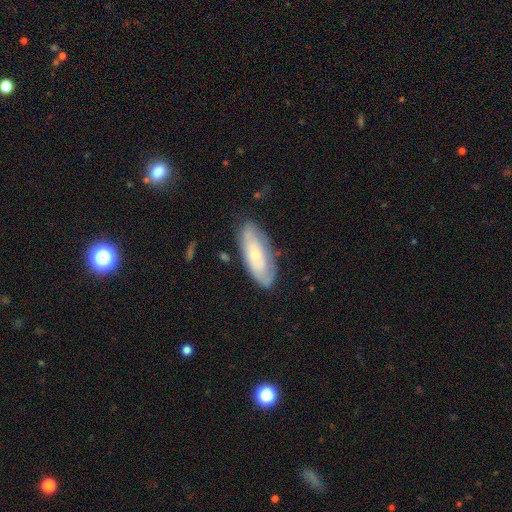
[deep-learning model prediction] Smooth or featured: featured or disk — 50% (smooth — 43%)
Edge-on disk: no — 83% (yes — 17%)
Merging: none — 73% (minor disturbance — 20%)